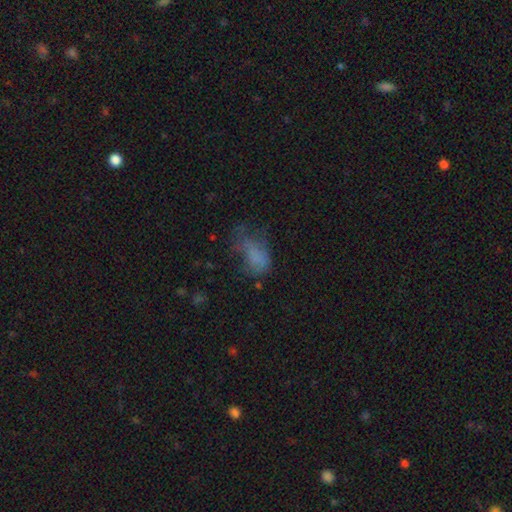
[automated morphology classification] Smooth or featured: smooth — 62% (featured or disk — 22%)
How rounded: in between — 87% (round — 10%)
Merging: major disturbance — 41% (none — 28%)